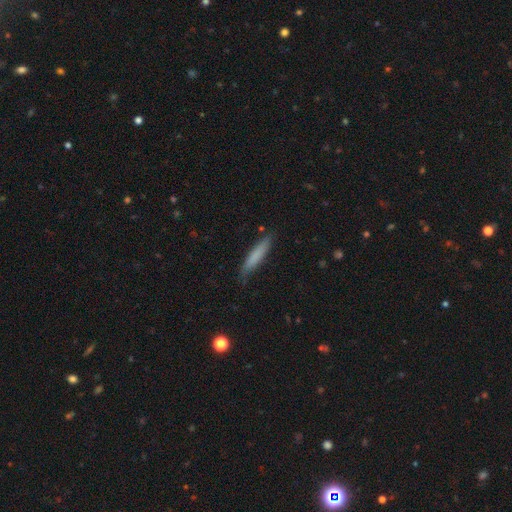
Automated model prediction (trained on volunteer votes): A smooth galaxy with no disk features (77%) that is cigar-shaped (88%). Merging: none (77%).